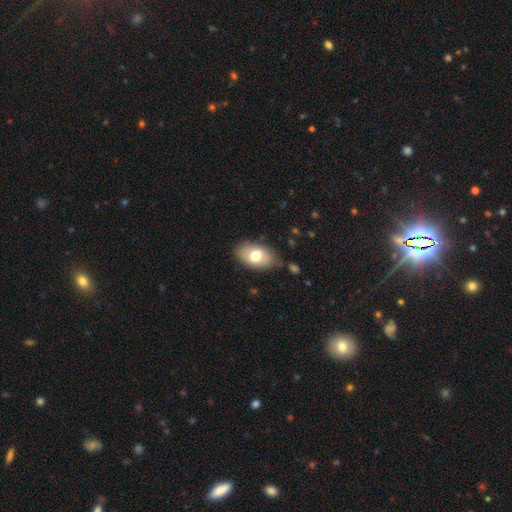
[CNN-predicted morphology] smooth 72%, featured or disk 20%, star or artifact 7%. Down the decision tree: how rounded — in between (90%); merging — none (77%).